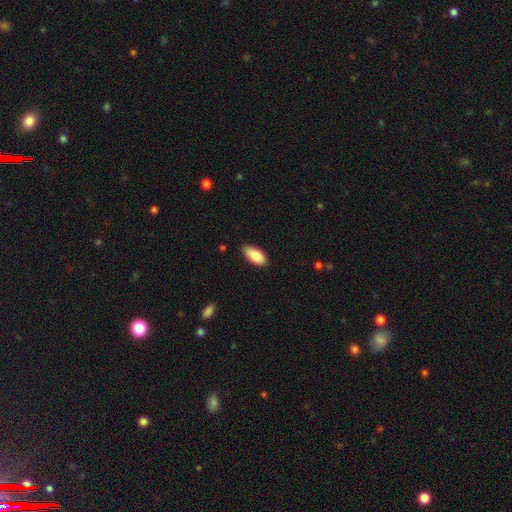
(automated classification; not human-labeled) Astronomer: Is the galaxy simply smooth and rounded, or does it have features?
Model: smooth — 85%.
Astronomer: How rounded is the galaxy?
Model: in between — 91%.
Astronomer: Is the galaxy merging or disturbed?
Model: none — 85%.